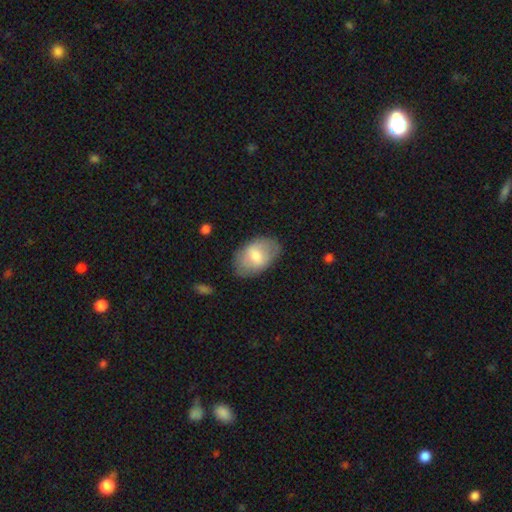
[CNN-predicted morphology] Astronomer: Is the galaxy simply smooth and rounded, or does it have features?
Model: smooth — 63%.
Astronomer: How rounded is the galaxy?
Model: in between — 88%.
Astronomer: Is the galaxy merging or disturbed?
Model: none — 76%.